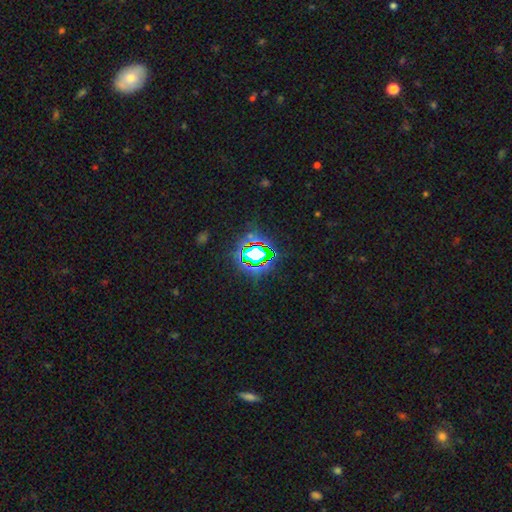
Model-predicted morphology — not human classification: Smooth or featured: star or artifact — 75% (smooth — 14%)